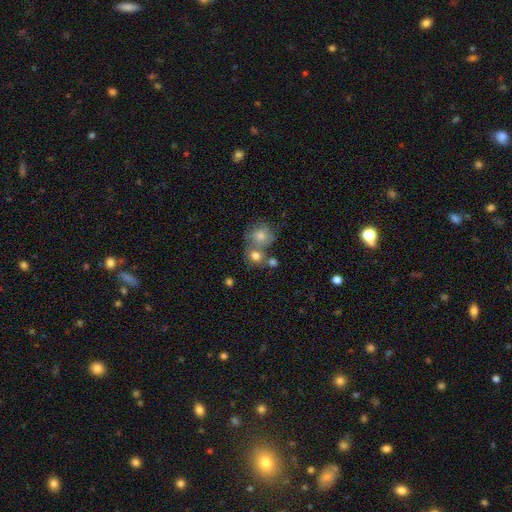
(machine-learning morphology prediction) A smooth galaxy with no disk features (75%) that is round (77%).

Vote fractions:
- Smooth or featured? smooth: 75% / featured or disk: 14% / star or artifact: 12%
- How rounded? round: 77% / in between: 22% / cigar-shaped: 1%
- Merging? merger: 43% / none: 42% / minor disturbance: 10% / major disturbance: 5%